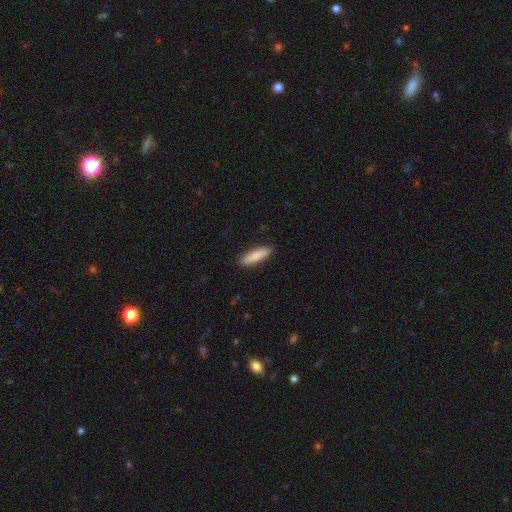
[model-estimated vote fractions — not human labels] smooth-or-featured: smooth: 86% | featured or disk: 9% | star or artifact: 6%
  how-rounded: cigar-shaped: 65% | in between: 33% | round: 2%
  merging: none: 90% | minor disturbance: 8% | major disturbance: 2% | merger: 1%